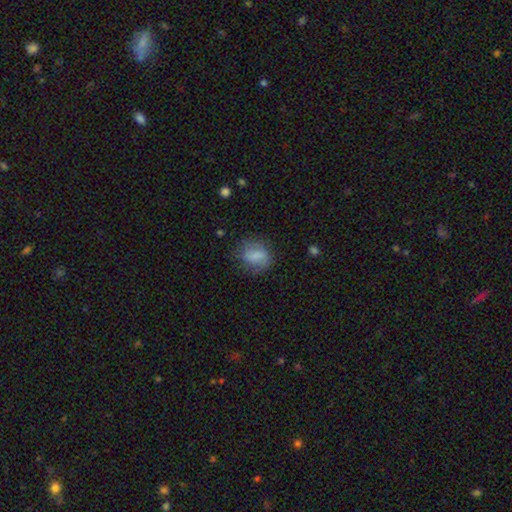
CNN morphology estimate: Overall: smooth (72%). How rounded: in between (56%; round 41%). Merging: none (65%).